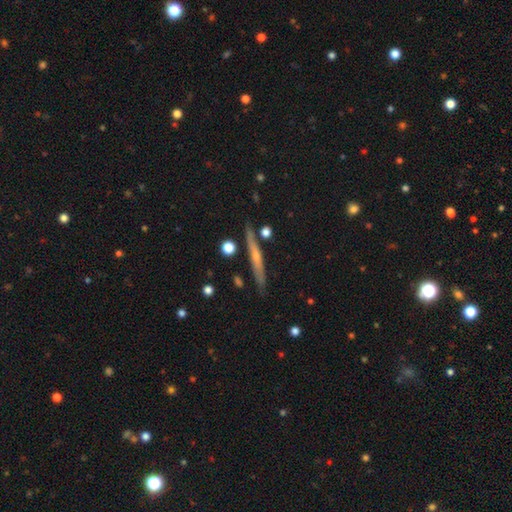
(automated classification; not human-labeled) Overall: featured or disk (61%; smooth 32%). Edge-on disk: yes (95%). Edge-on bulge: rounded (50%; none 45%). Merging: none (85%).